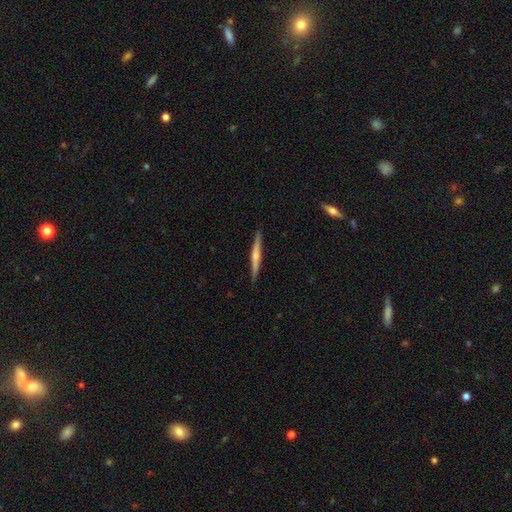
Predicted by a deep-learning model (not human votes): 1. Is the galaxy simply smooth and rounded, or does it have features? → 61% featured or disk, 34% smooth, 5% star or artifact.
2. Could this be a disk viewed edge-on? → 98% yes, 2% no.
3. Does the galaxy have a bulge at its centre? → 74% rounded, 19% none, 7% boxy.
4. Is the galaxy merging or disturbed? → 91% none, 6% minor disturbance, 1% major disturbance, 1% merger.